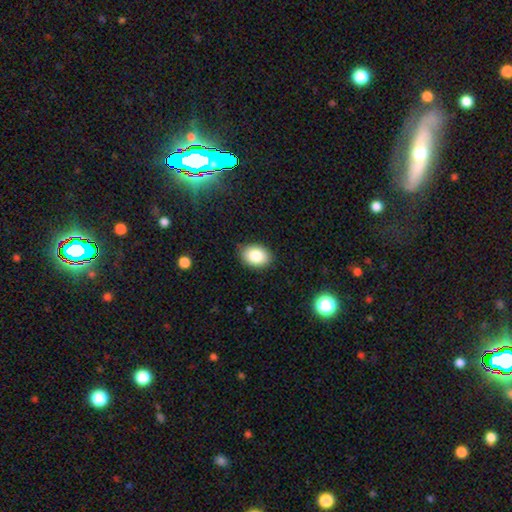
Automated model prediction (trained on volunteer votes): Smooth or featured? smooth (85%)
How rounded? in between (74%)
Merging? none (86%)